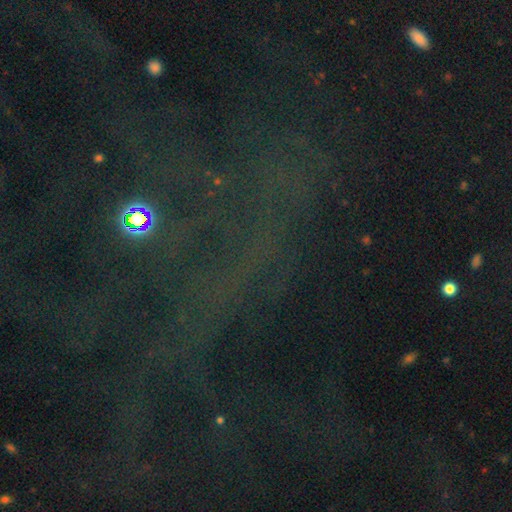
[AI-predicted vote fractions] This is likely a star or artifact rather than a galaxy (74%).